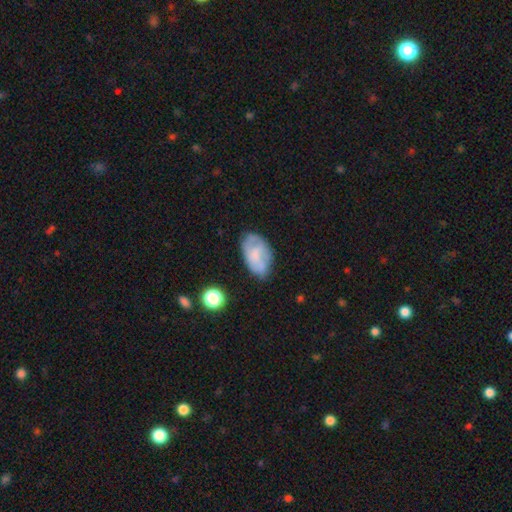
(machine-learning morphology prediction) type=smooth (55%); roundness=in between (92%); merging=none (58%).